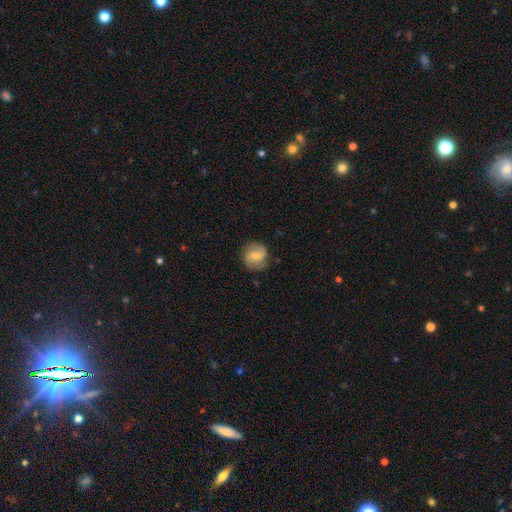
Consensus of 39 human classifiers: Morphology: type=featured or disk (51%); edge-on=no (100%); bar=weak (60%); spiral arms=yes (85%); winding=tight (47%); arm count=2 (82%); bulge=moderate (55%); merging=none (80%).